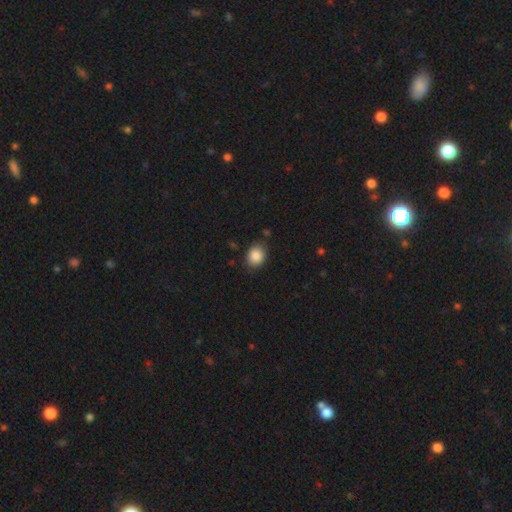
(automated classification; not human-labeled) Morphology: type=smooth (87%); roundness=round (50%); merging=none (80%).